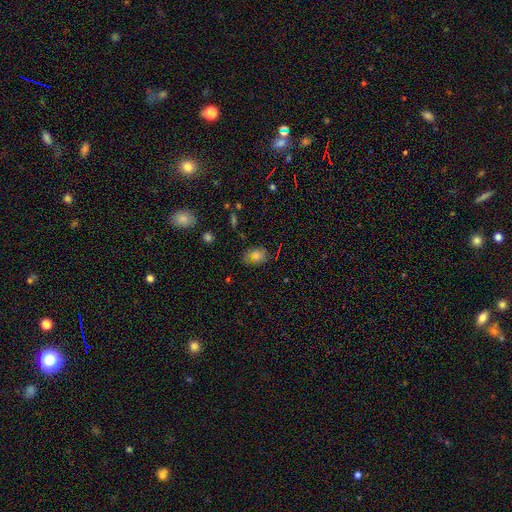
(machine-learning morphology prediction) Smooth or featured?
  - smooth: 67% *
  - featured or disk: 18%
  - star or artifact: 15%
How rounded?
  - in between: 69% *
  - round: 30%
  - cigar-shaped: 2%
Merging?
  - none: 72% *
  - minor disturbance: 19%
  - major disturbance: 5%
  - merger: 4%